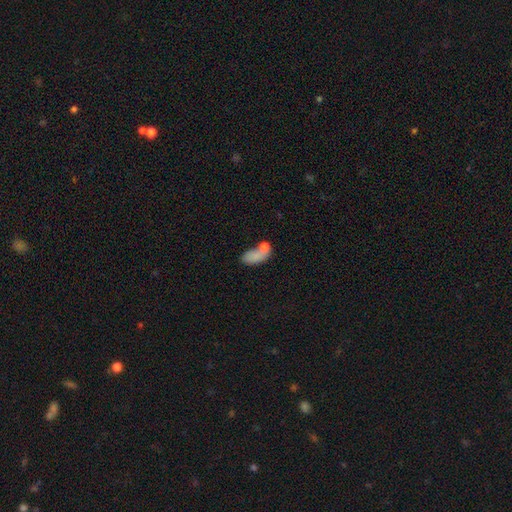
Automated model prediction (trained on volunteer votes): Morphology: type=smooth (78%); roundness=in between (88%); merging=merger (37%).